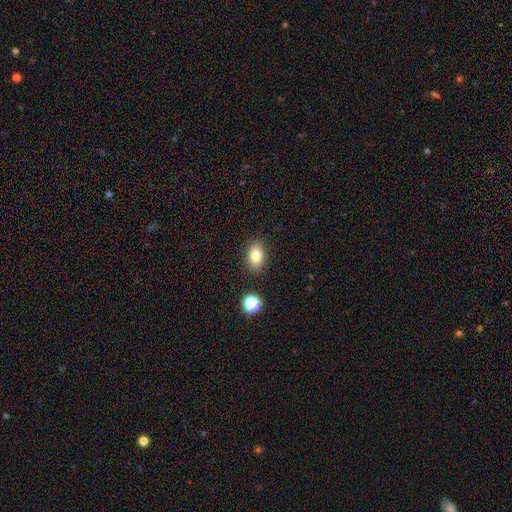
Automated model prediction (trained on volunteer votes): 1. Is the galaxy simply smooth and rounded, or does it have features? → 80% smooth, 11% star or artifact, 10% featured or disk.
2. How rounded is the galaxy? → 80% in between, 18% round, 2% cigar-shaped.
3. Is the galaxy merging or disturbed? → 87% none, 9% minor disturbance, 2% major disturbance, 2% merger.